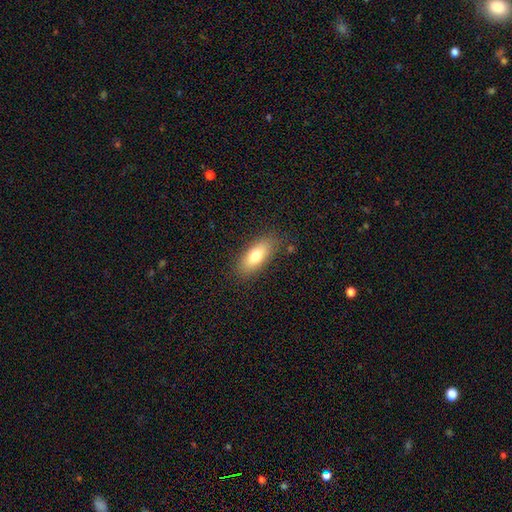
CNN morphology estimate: smooth_or_featured: smooth (p=0.74) [alt: featured or disk p=0.18]
how_rounded: in between (p=0.78) [alt: cigar-shaped p=0.19]
merging: none (p=0.82) [alt: minor disturbance p=0.13]